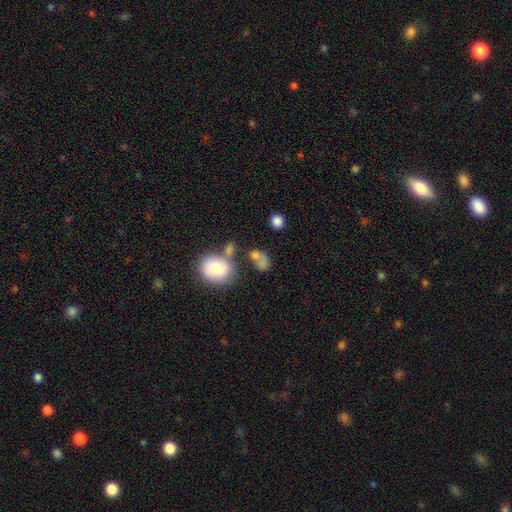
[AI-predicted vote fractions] Q: Smooth or featured?
A: smooth (73%); runner-up: featured or disk (14%)
Q: How rounded?
A: in between (55%); runner-up: round (43%)
Q: Merging?
A: merger (37%); runner-up: none (33%)